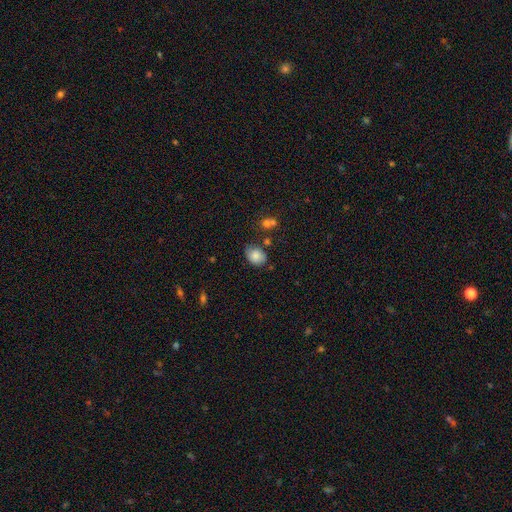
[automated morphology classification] Q: Smooth or featured?
A: smooth (83%); runner-up: star or artifact (9%)
Q: How rounded?
A: in between (57%); runner-up: round (42%)
Q: Merging?
A: none (63%); runner-up: minor disturbance (26%)